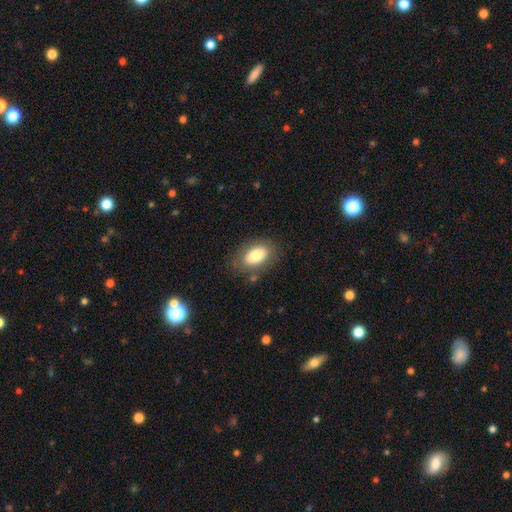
Smooth or featured? smooth (78%)
How rounded? in between (100%)
Merging? none (68%)